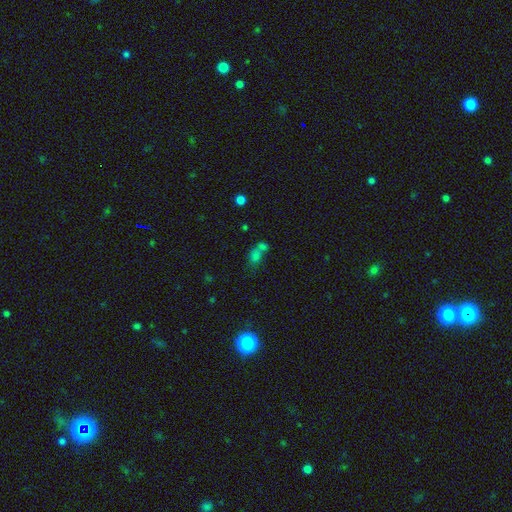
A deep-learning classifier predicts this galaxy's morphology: A smooth galaxy with no disk features (67%) that is in between round and cigar-shaped (55%). Merging: merger (62%).